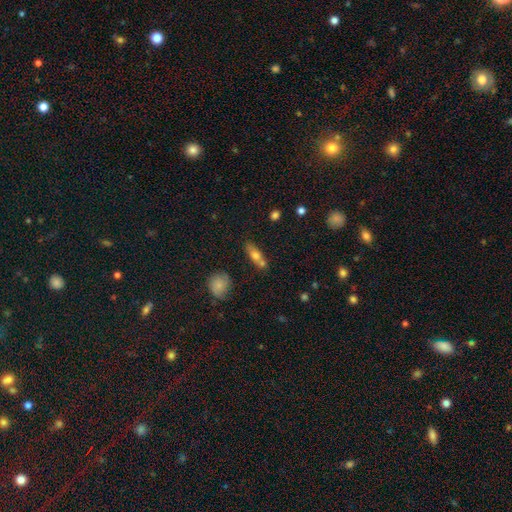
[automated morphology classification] smooth-or-featured: smooth: 65% | featured or disk: 27% | star or artifact: 8%
  how-rounded: in between: 55% | cigar-shaped: 38% | round: 7%
  merging: none: 55% | merger: 27% | minor disturbance: 14% | major disturbance: 4%